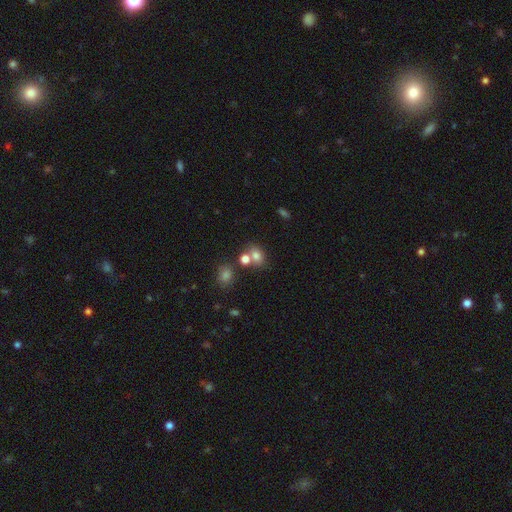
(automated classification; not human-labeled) A smooth galaxy with no disk features (76%) that is in between round and cigar-shaped (59%). Merging: none (48%).